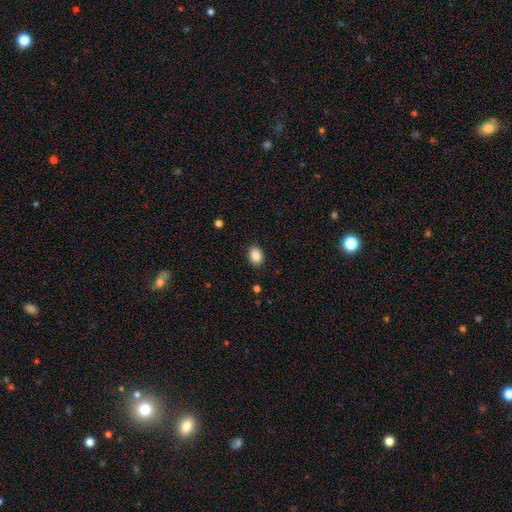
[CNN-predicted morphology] smooth-or-featured: smooth: 88% | star or artifact: 8% | featured or disk: 4%
  how-rounded: in between: 75% | round: 24% | cigar-shaped: 1%
  merging: none: 89% | minor disturbance: 8% | major disturbance: 2% | merger: 1%